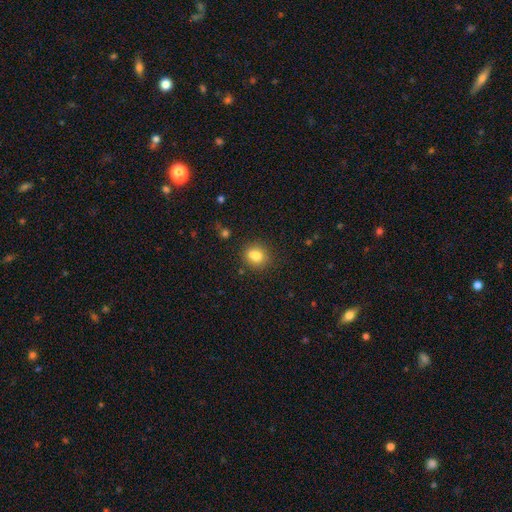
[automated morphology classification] A smooth galaxy with no disk features (79%) that is round (67%). Merging: none (70%).